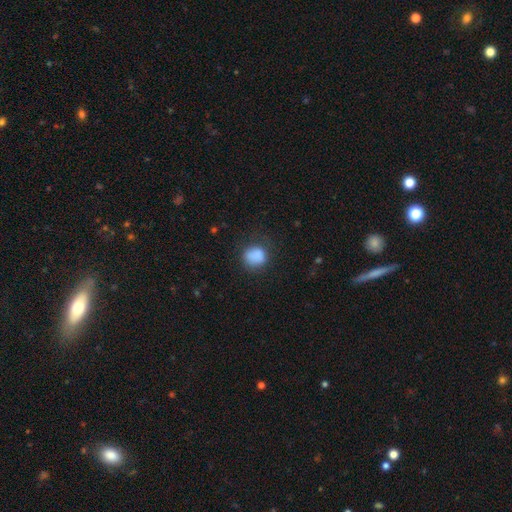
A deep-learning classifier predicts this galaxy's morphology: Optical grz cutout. It shows a smooth galaxy with no disk features (84%) that is round (74%). Merging: none (68%).